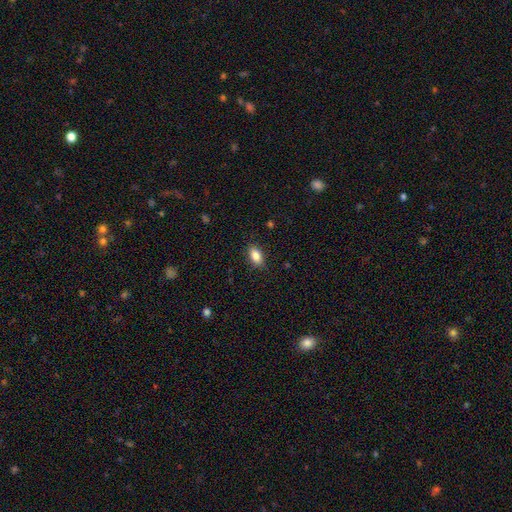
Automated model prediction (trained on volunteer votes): Smooth or featured: smooth — 86% (star or artifact — 8%)
How rounded: in between — 89% (round — 6%)
Merging: none — 86% (minor disturbance — 10%)